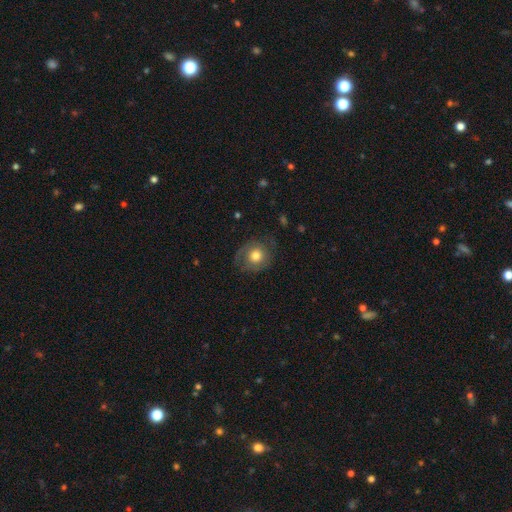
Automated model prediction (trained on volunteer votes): Q: Smooth or featured?
A: smooth (59%); runner-up: featured or disk (32%)
Q: How rounded?
A: round (80%); runner-up: in between (19%)
Q: Merging?
A: none (69%); runner-up: minor disturbance (19%)